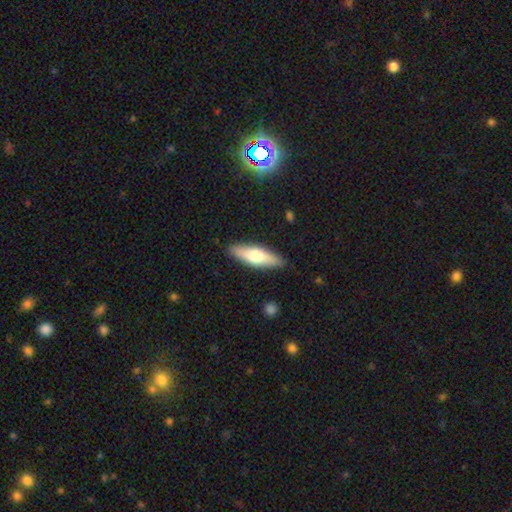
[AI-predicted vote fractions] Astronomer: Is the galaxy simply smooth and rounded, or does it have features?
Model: smooth — 61%.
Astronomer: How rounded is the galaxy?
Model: cigar-shaped — 54% (runner-up: in between, 44%).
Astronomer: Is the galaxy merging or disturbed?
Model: none — 87%.